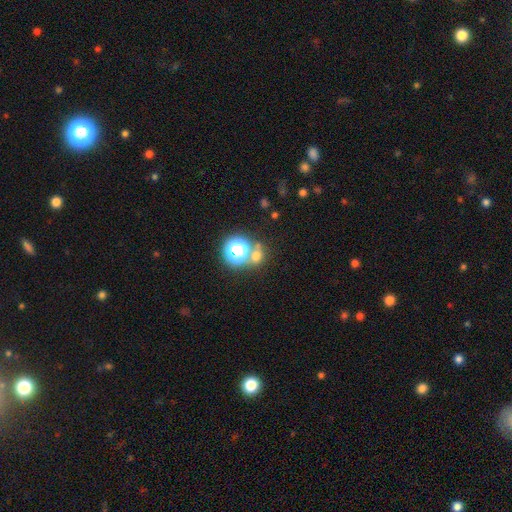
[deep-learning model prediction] This is possibly a smooth galaxy (56%). How rounded: likely round (72%). Merging: possibly none (58%).